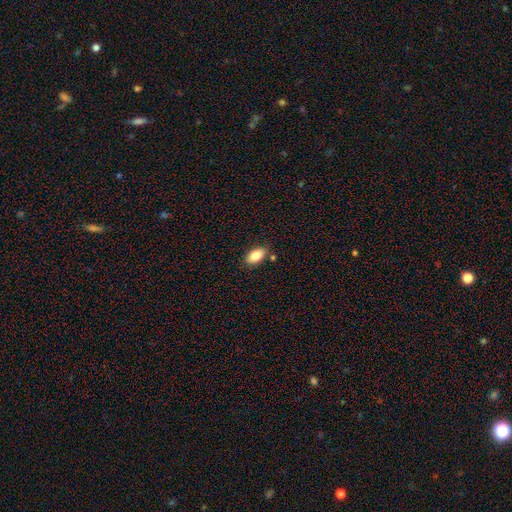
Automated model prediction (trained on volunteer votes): Q: Smooth or featured?
A: smooth (83%); runner-up: featured or disk (9%)
Q: How rounded?
A: in between (93%); runner-up: round (4%)
Q: Merging?
A: none (82%); runner-up: minor disturbance (12%)